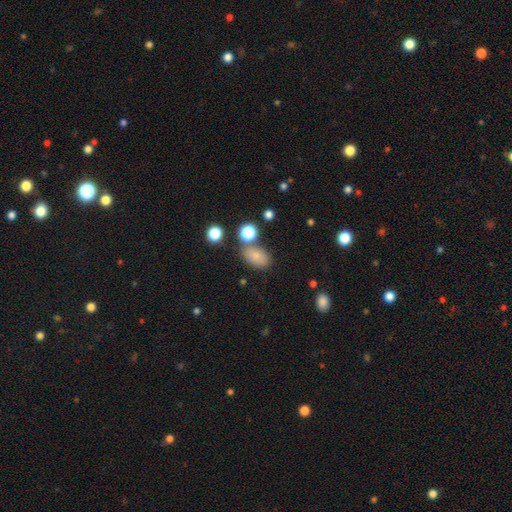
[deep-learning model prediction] Overall: smooth (78%). How rounded: in between (85%). Merging: none (69%).